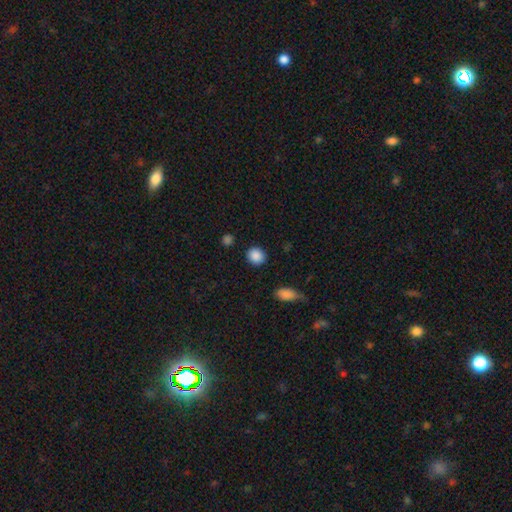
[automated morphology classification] type=smooth (89%); roundness=round (80%); merging=none (89%).